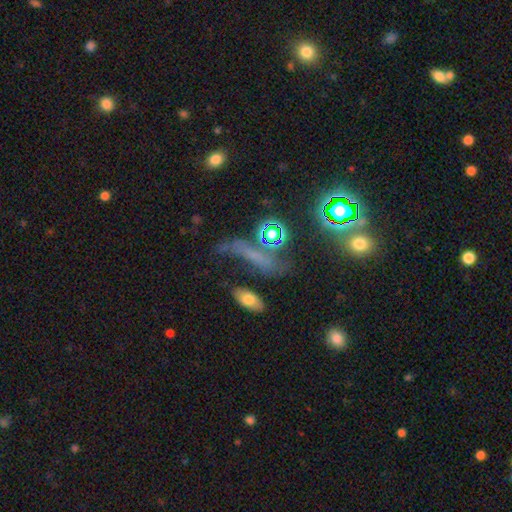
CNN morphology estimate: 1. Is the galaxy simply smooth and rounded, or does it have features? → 38% smooth, 36% star or artifact, 25% featured or disk.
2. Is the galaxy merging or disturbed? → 47% none, 23% major disturbance, 19% minor disturbance, 11% merger.